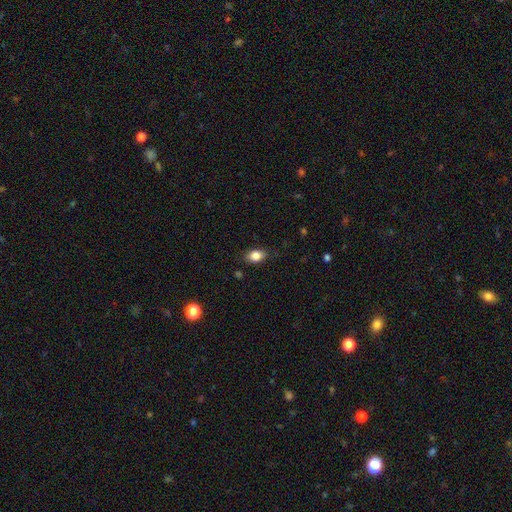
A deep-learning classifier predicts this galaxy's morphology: Overall: smooth (84%). How rounded: in between (82%). Merging: none (83%).